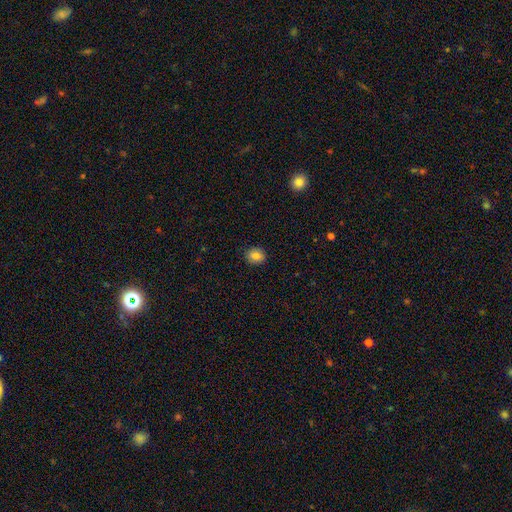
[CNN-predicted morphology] This is clearly a smooth galaxy (84%). How rounded: likely round (72%). Merging: clearly none (90%).